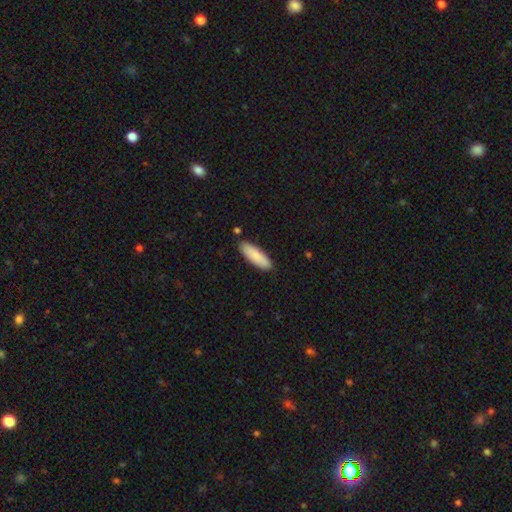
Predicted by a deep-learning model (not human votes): Smooth or featured? Predicted: smooth (p=0.87). How rounded? Predicted: cigar-shaped (p=0.51). Merging? Predicted: none (p=0.87).